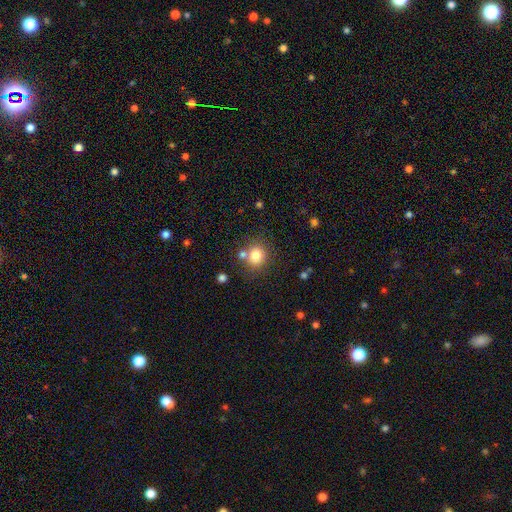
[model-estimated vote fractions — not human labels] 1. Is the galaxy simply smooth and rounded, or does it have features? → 80% smooth, 11% star or artifact, 9% featured or disk.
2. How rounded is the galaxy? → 81% round, 18% in between, 1% cigar-shaped.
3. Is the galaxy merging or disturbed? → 68% none, 17% merger, 11% minor disturbance, 4% major disturbance.